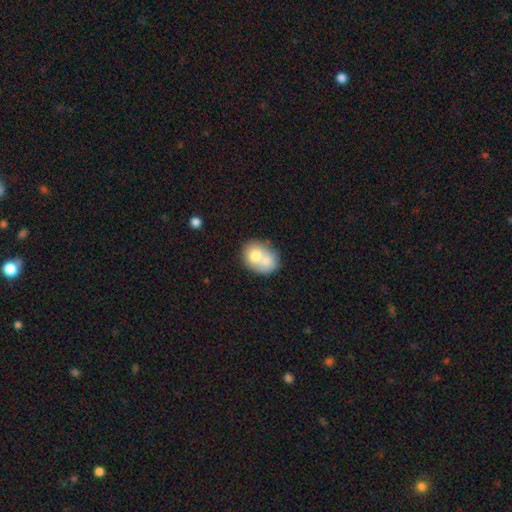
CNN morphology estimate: Smooth or featured? Predicted: smooth (p=0.69). How rounded? Predicted: round (p=0.54). Merging? Predicted: merger (p=0.61).